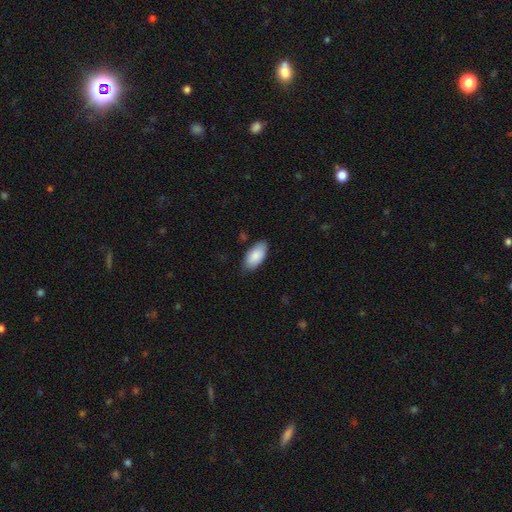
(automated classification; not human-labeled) smooth-or-featured: smooth: 86% | featured or disk: 8% | star or artifact: 6%
  how-rounded: in between: 94% | cigar-shaped: 4% | round: 2%
  merging: none: 79% | minor disturbance: 18% | major disturbance: 3% | merger: 1%